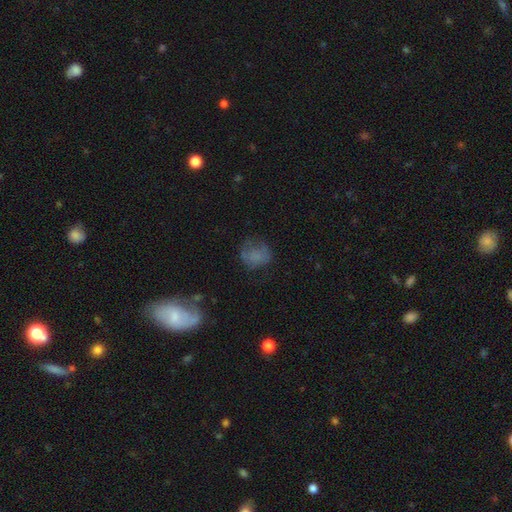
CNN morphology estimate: This appears to be a smooth galaxy with no disk features (64%) that is round (63%). Merging: none (53%).